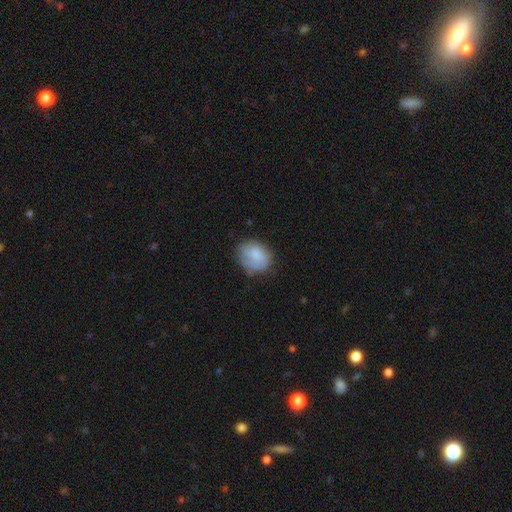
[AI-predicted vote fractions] Overall: smooth (73%). How rounded: round (55%; in between 44%). Merging: none (62%; minor disturbance 26%).